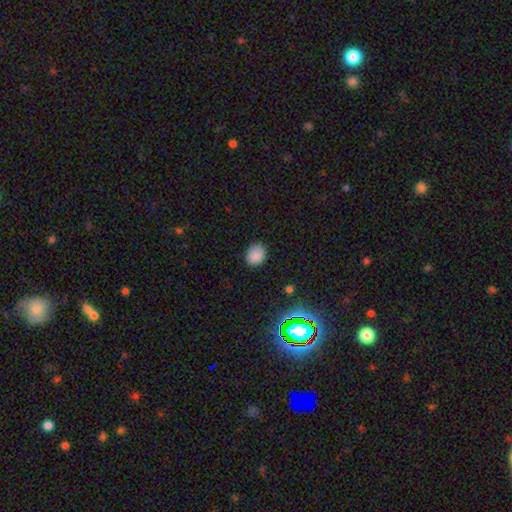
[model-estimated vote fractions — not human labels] smooth 83%, star or artifact 12%, featured or disk 5%. Down the decision tree: how rounded — round (52%); merging — none (80%).